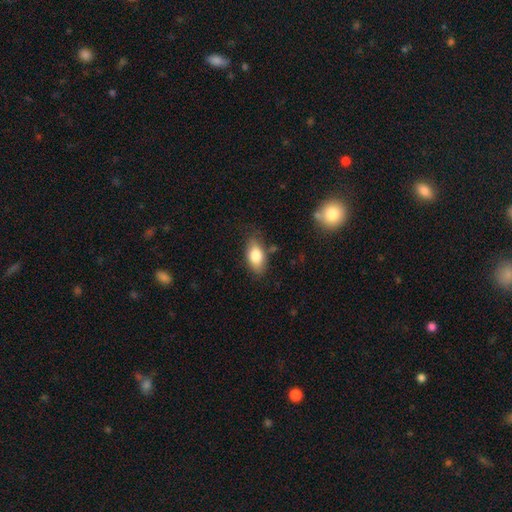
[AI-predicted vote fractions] Smooth or featured?
  - smooth: 81% *
  - featured or disk: 13%
  - star or artifact: 7%
How rounded?
  - in between: 91% *
  - cigar-shaped: 5%
  - round: 5%
Merging?
  - none: 76% *
  - minor disturbance: 17%
  - major disturbance: 4%
  - merger: 3%